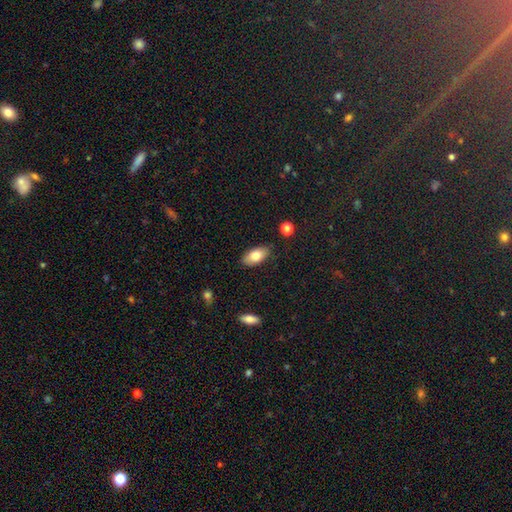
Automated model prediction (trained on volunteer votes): Smooth or featured: smooth — 78% (featured or disk — 15%)
How rounded: in between — 91% (cigar-shaped — 5%)
Merging: none — 85% (minor disturbance — 11%)